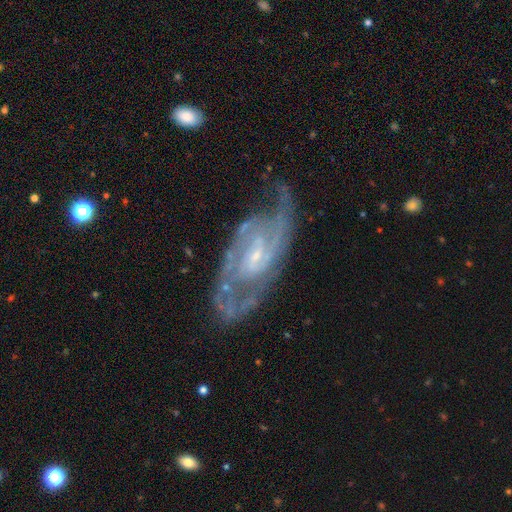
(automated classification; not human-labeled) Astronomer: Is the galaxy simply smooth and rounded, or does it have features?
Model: featured or disk — 89%.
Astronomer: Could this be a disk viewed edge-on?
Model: no — 95%.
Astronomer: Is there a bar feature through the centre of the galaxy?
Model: weak — 45% (runner-up: no, 38%).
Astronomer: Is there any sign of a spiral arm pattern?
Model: yes — 96%.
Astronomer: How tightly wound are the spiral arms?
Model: medium — 48% (runner-up: tight, 39%).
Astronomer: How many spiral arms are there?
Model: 2 — 68%.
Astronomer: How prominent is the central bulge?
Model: small — 75%.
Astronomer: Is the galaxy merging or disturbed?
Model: none — 68%.